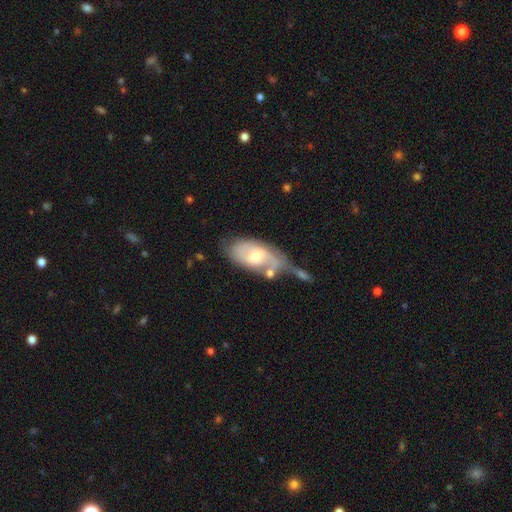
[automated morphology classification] Smooth or featured: featured or disk — 62% (smooth — 32%)
Edge-on disk: no — 92% (yes — 8%)
Bar: no — 54% (weak — 38%)
Spiral arms: yes — 78% (no — 22%)
Bulge size: moderate — 62% (small — 31%)
Merging: none — 32% (merger — 26%)